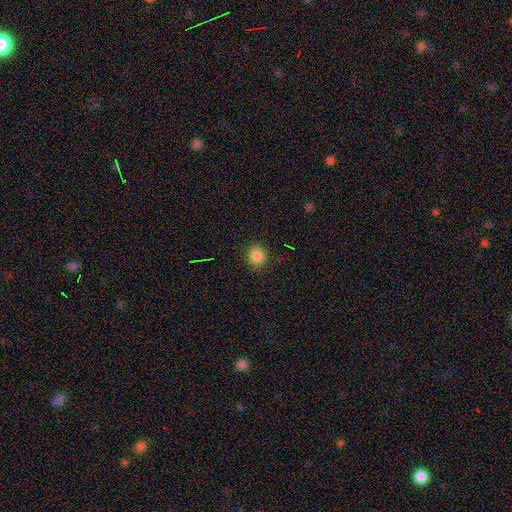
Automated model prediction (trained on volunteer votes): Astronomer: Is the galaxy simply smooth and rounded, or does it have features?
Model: smooth — 84%.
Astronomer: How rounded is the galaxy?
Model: round — 76%.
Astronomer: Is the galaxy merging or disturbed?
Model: none — 85%.